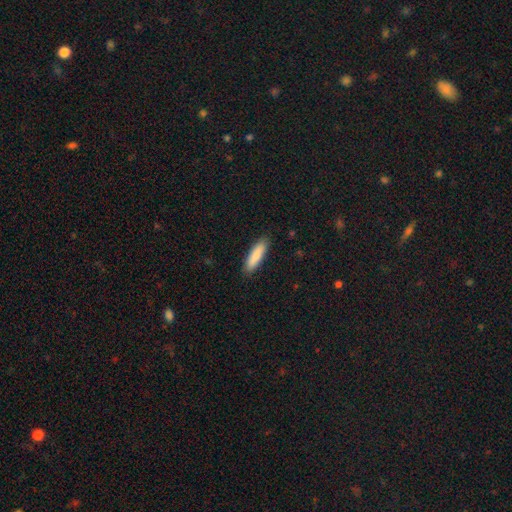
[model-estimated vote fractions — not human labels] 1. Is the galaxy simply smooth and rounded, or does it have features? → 86% smooth, 9% featured or disk, 5% star or artifact.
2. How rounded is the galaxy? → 65% cigar-shaped, 34% in between, 1% round.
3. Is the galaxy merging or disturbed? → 88% none, 9% minor disturbance, 2% major disturbance, 1% merger.